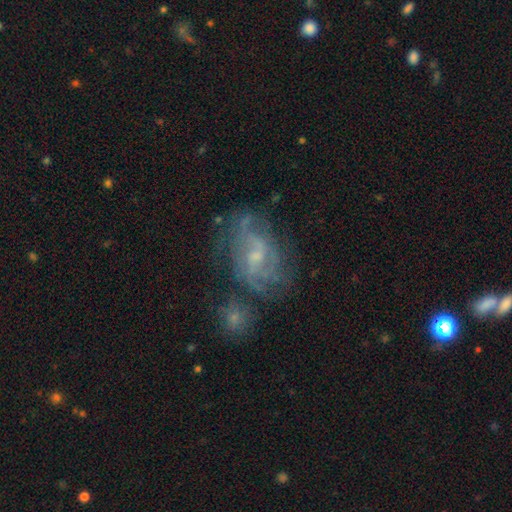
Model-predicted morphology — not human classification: This is likely a featured or disk galaxy (73%). It is clearly not viewed edge-on (96%). Bar: possibly weak (53%). Spiral arm pattern: likely yes (79%). Spiral arm count: marginally can't tell (41%). Spiral winding: marginally medium (43%). Central bulge: likely small (60%). Merging: possibly none (54%).